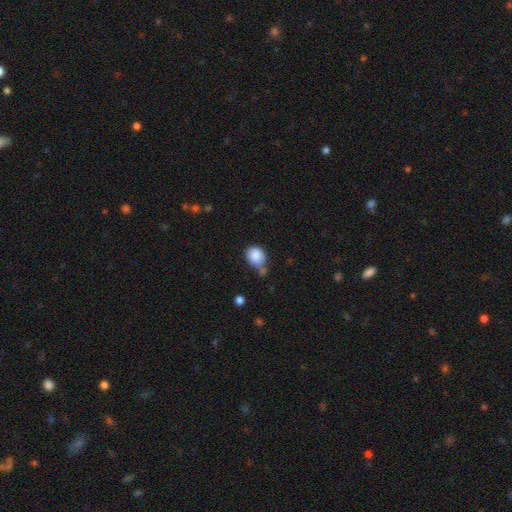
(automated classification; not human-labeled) A smooth galaxy with no disk features (86%) that is round (64%).

Vote fractions:
- Smooth or featured? smooth: 86% / star or artifact: 9% / featured or disk: 6%
- How rounded? round: 64% / in between: 35% / cigar-shaped: 1%
- Merging? none: 53% / minor disturbance: 25% / merger: 16% / major disturbance: 7%